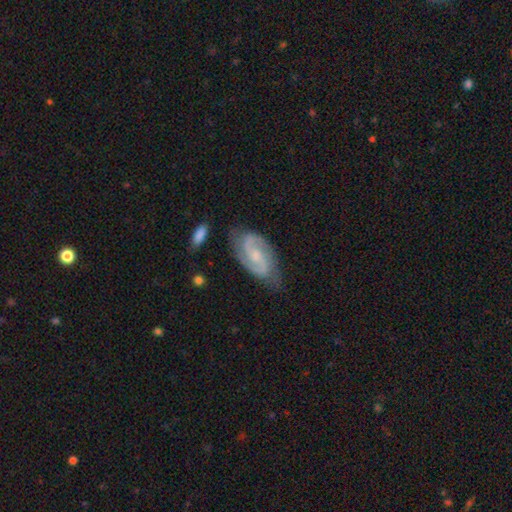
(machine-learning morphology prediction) Overall: featured or disk (86%). Edge-on disk: no (97%). Bar: weak (45%; no 43%). Spiral arms: yes (97%). Spiral arm count: 2 (91%). Spiral winding: medium (52%; tight 32%). Bulge size: small (50%; moderate 35%). Merging: none (74%).